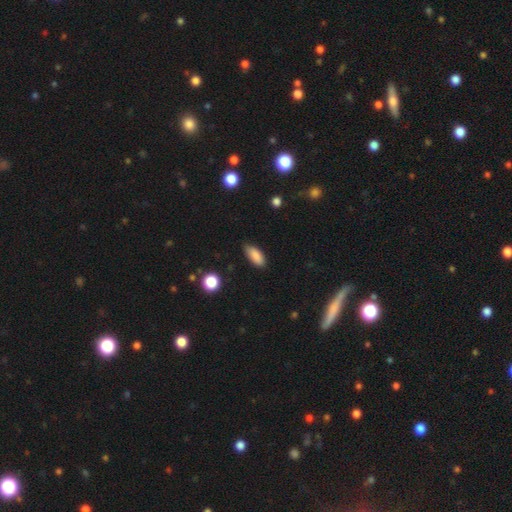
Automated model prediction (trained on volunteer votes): Overall: smooth (86%). How rounded: in between (84%). Merging: none (81%).